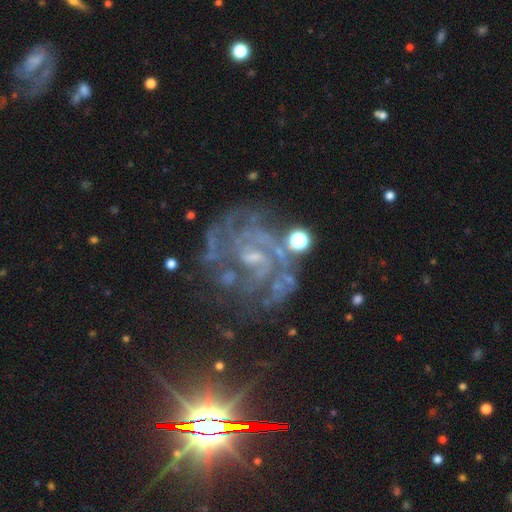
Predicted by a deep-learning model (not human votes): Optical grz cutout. It shows a featured or disk galaxy (82%) with no bar (48%), tight (56%) spiral arms (94%) and a small central bulge (61%). Merging: none (67%).